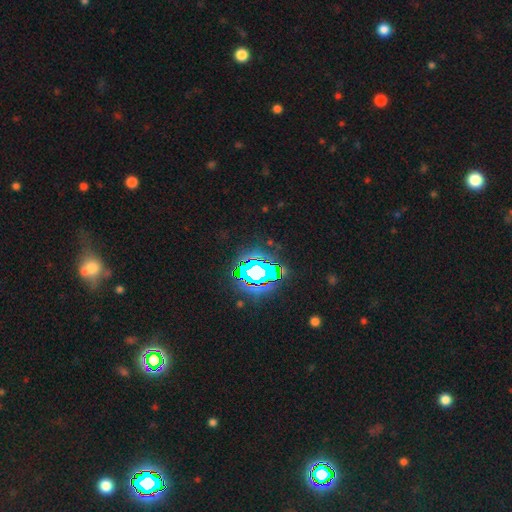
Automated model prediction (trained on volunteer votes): Smooth or featured? Predicted: star or artifact (p=0.83).